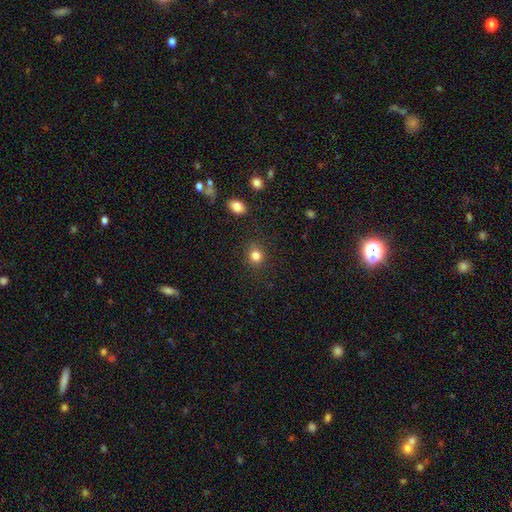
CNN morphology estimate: smooth 83%, star or artifact 12%, featured or disk 5%. Down the decision tree: how rounded — round (81%); merging — none (87%).